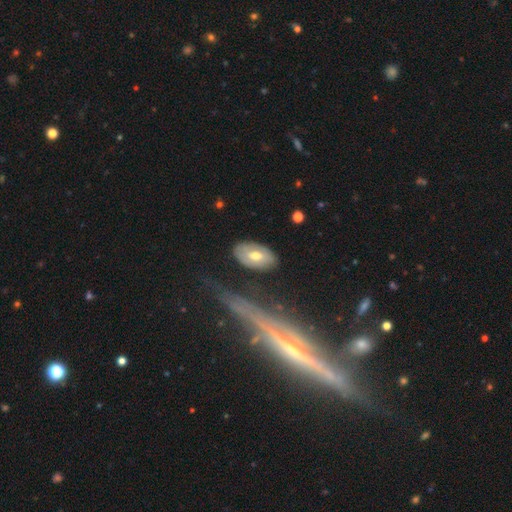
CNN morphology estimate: smooth-or-featured: smooth: 48% | featured or disk: 46% | star or artifact: 6%
  merging: none: 75% | minor disturbance: 17% | major disturbance: 5% | merger: 3%